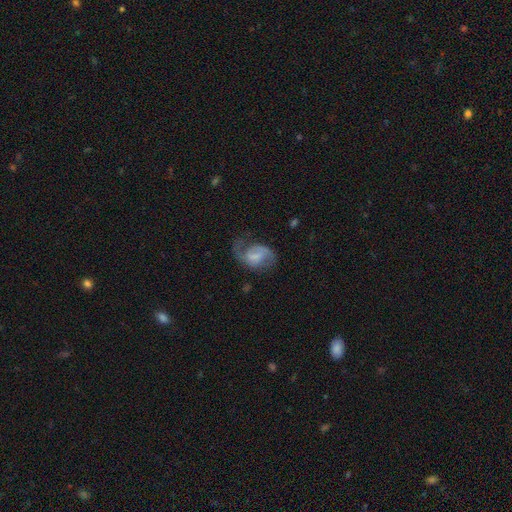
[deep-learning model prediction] Smooth or featured?
  - featured or disk: 61% *
  - smooth: 31%
  - star or artifact: 8%
Edge-on disk?
  - no: 97% *
  - yes: 3%
Bar?
  - weak: 49% *
  - no: 35%
  - strong: 16%
Spiral arms?
  - yes: 86% *
  - no: 14%
Spiral winding?
  - medium: 44% *
  - loose: 40%
  - tight: 17%
Spiral arm count?
  - 2: 66% *
  - 1: 22%
  - can't tell: 8%
  - 3: 1%
  - 4: 1%
  - more than 4: 1%
Bulge size?
  - none: 40% *
  - small: 23%
  - moderate: 23%
  - large: 12%
  - dominant: 2%
Merging?
  - none: 44% *
  - major disturbance: 29%
  - minor disturbance: 25%
  - merger: 2%